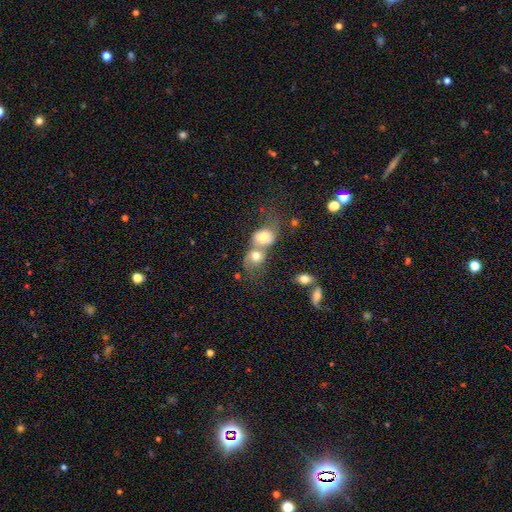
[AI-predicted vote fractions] The model was most divided on "how rounded": round: 58%, in between: 40%, cigar-shaped: 1%. More confident: merging — merger (73%); smooth or featured — smooth (69%).